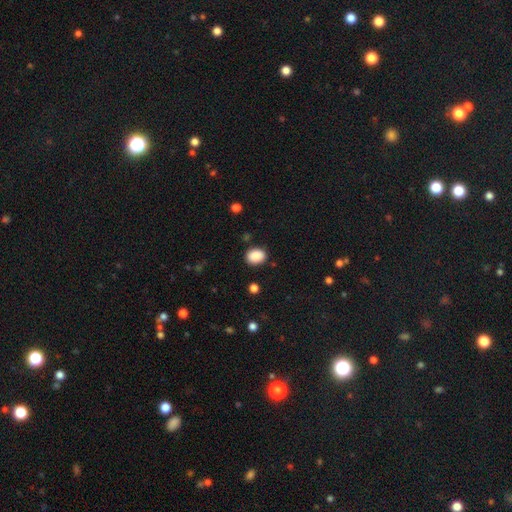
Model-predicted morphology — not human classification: This appears to be a smooth galaxy with no disk features (89%) that is in between round and cigar-shaped (63%). Merging: none (84%).